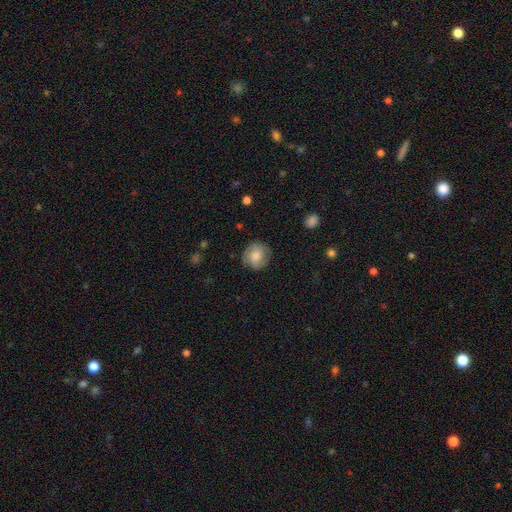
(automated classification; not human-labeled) smooth-or-featured: smooth: 66% | featured or disk: 27% | star or artifact: 8%
  how-rounded: round: 85% | in between: 14% | cigar-shaped: 1%
  merging: none: 75% | minor disturbance: 18% | major disturbance: 6% | merger: 1%